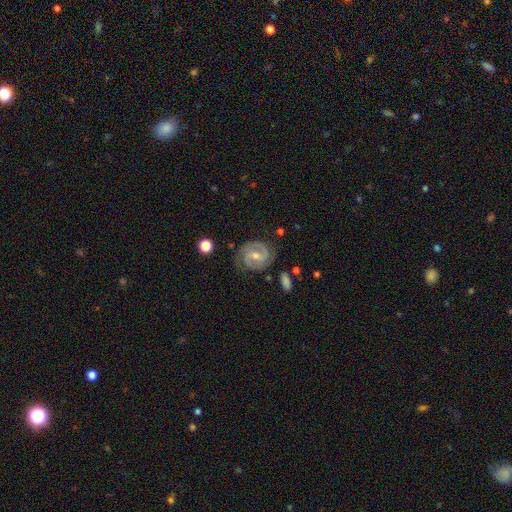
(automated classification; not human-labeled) The model was most divided on "bulge size": moderate: 53%, small: 43%, large: 2%, none: 2%, dominant: 1%. Remaining: edge-on disk — no (98%); spiral arms — yes (97%); smooth or featured — featured or disk (86%); spiral arm count — 2 (85%); merging — none (80%); spiral winding — tight (54%); bar — weak (49%).